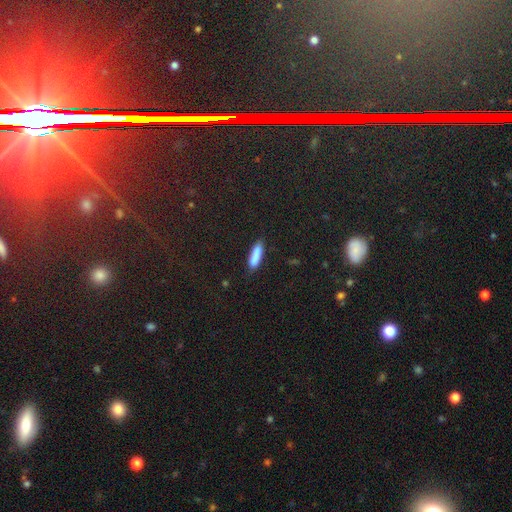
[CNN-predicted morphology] Smooth or featured?
  - smooth: 81% *
  - featured or disk: 9%
  - star or artifact: 9%
How rounded?
  - cigar-shaped: 71% *
  - in between: 26%
  - round: 3%
Merging?
  - none: 75% *
  - minor disturbance: 17%
  - major disturbance: 4%
  - merger: 4%